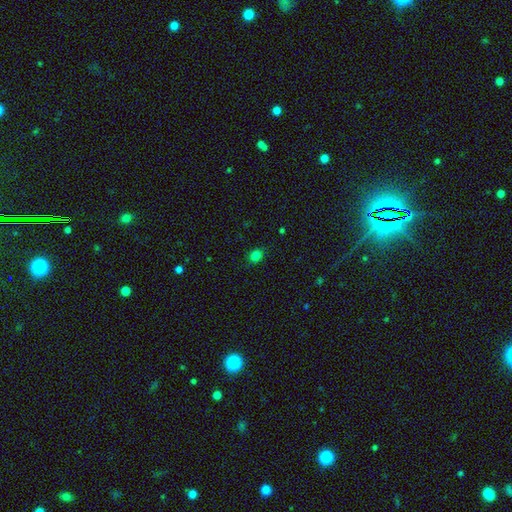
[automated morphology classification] type=smooth (80%); roundness=round (54%); merging=none (88%).